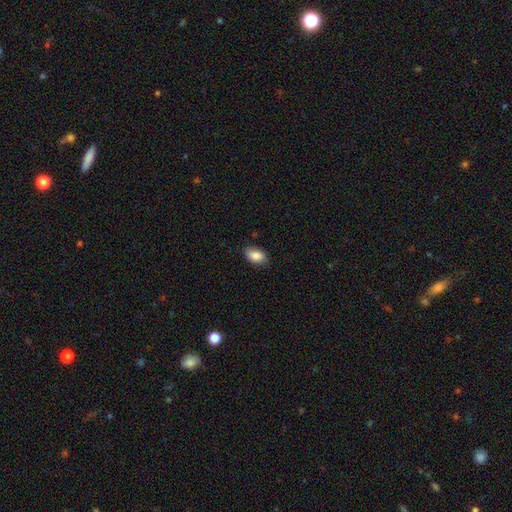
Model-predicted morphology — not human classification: The model was most divided on "merging": none: 83%, minor disturbance: 13%, major disturbance: 3%, merger: 1%. More confident: how rounded — in between (91%); smooth or featured — smooth (87%).